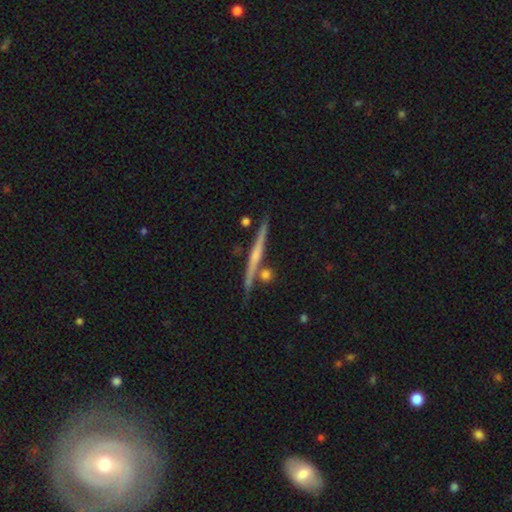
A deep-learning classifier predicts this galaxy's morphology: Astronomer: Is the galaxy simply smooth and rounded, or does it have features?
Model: featured or disk — 66%.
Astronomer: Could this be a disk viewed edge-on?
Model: yes — 97%.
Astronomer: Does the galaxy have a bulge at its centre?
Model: none — 53% (runner-up: rounded, 36%).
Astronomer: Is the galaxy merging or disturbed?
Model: none — 81%.